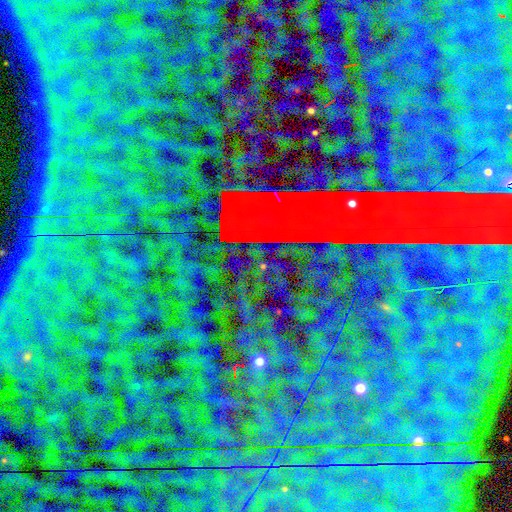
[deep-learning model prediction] Morphology: type=star or artifact (86%).